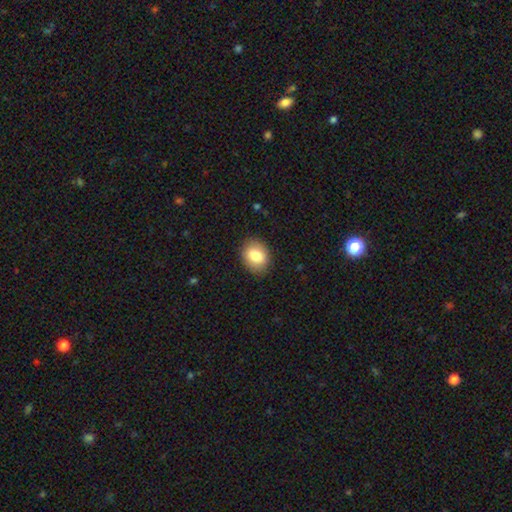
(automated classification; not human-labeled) Smooth or featured? Predicted: smooth (p=0.82). How rounded? Predicted: in between (p=0.61). Merging? Predicted: none (p=0.85).